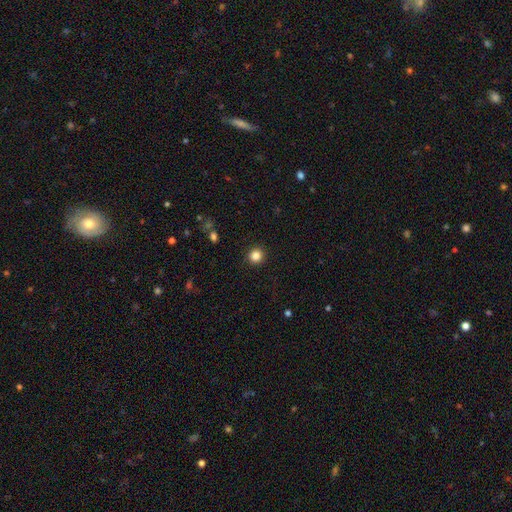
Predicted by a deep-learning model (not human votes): smooth 84%, star or artifact 11%, featured or disk 4%. Down the decision tree: how rounded — round (93%); merging — none (92%).